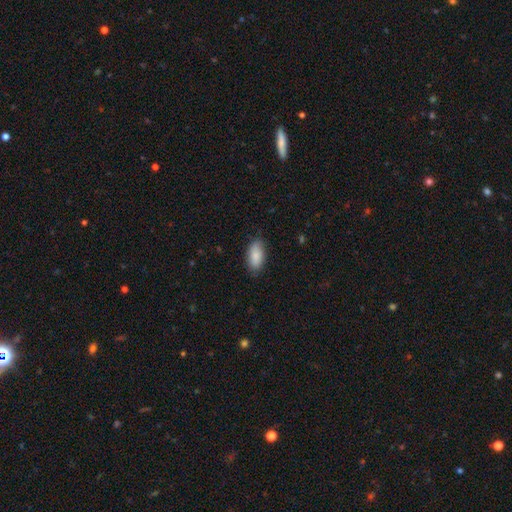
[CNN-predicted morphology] Smooth or featured? smooth (87%)
How rounded? in between (91%)
Merging? none (82%)